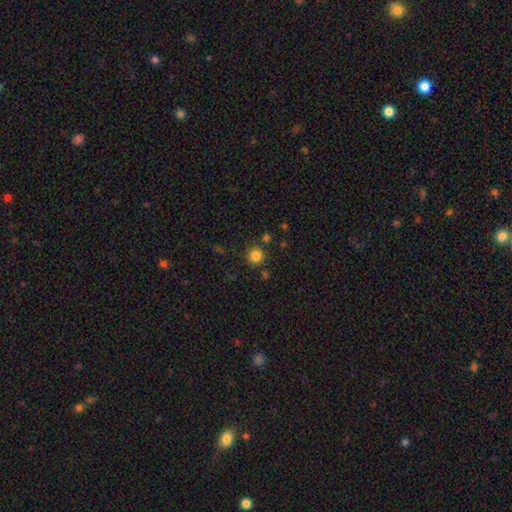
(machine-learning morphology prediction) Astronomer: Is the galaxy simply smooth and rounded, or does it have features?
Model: smooth — 83%.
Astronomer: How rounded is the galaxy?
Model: round — 94%.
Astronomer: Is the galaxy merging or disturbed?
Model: none — 83%.